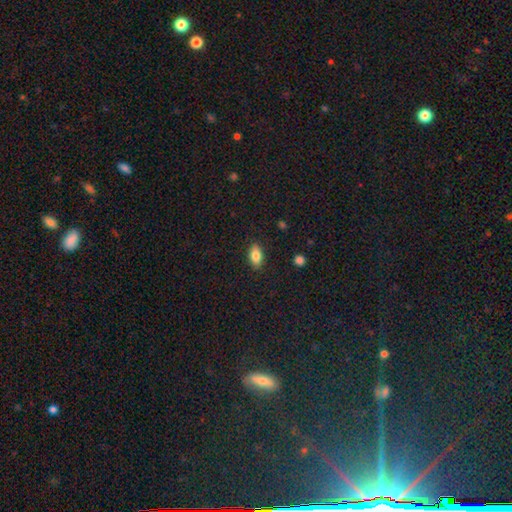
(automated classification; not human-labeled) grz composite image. It shows a smooth galaxy with no disk features (83%) that is in between round and cigar-shaped (89%). Merging: none (87%).